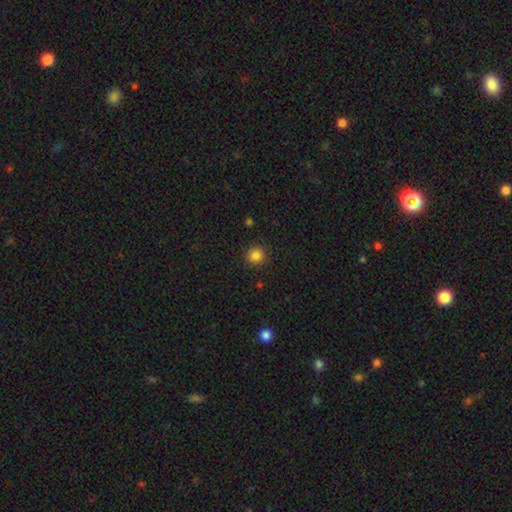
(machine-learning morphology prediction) Smooth or featured: smooth — 84% (star or artifact — 12%)
How rounded: round — 93% (in between — 6%)
Merging: none — 91% (minor disturbance — 6%)